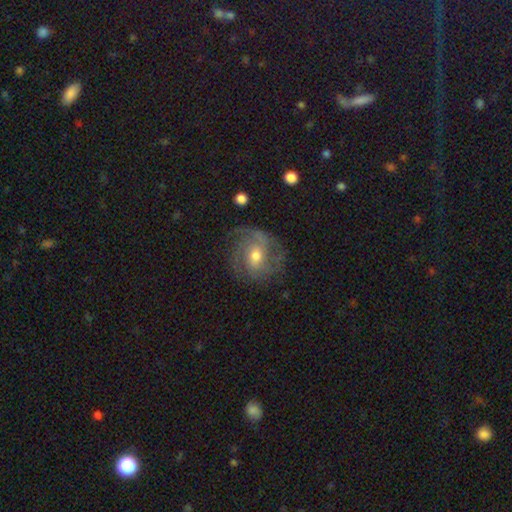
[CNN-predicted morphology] A featured or disk galaxy (73%) with no bar (62%), medium (42%) spiral arms (89%) and a moderate central bulge (70%). Merging: none (69%).